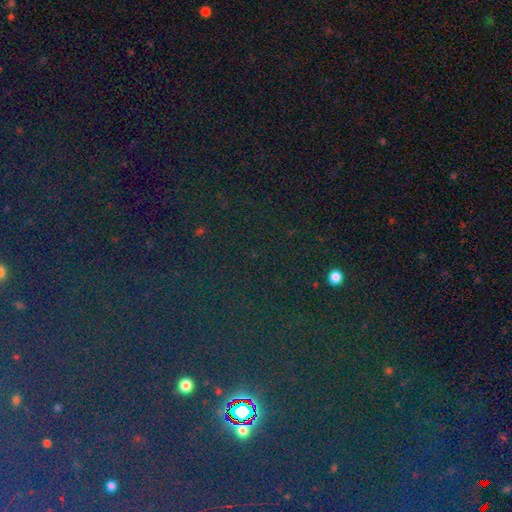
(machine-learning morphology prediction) Smooth or featured? Predicted: star or artifact (p=0.82).